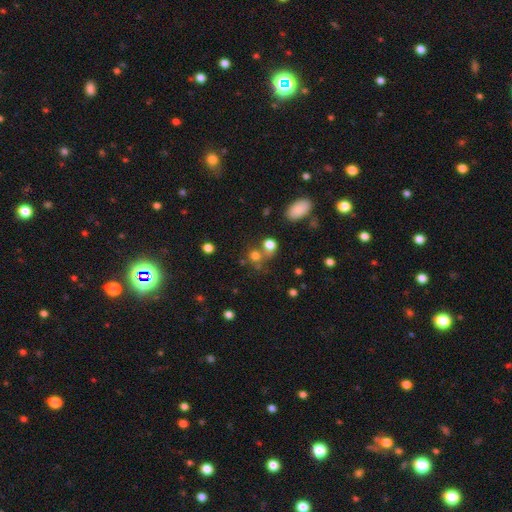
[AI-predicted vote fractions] Morphology: type=smooth (70%); roundness=round (83%); merging=none (54%).